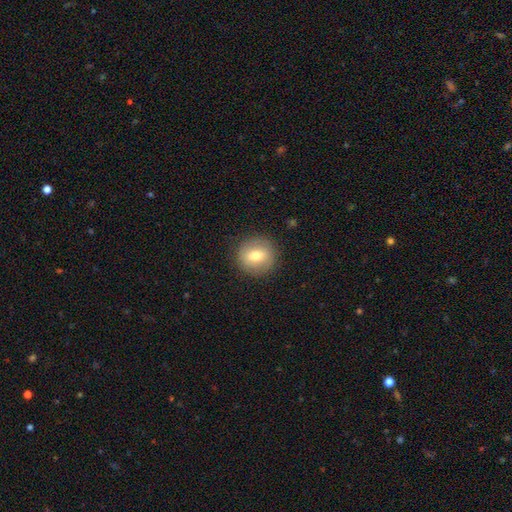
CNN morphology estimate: A smooth galaxy with no disk features (71%) that is round (88%). Merging: none (88%).